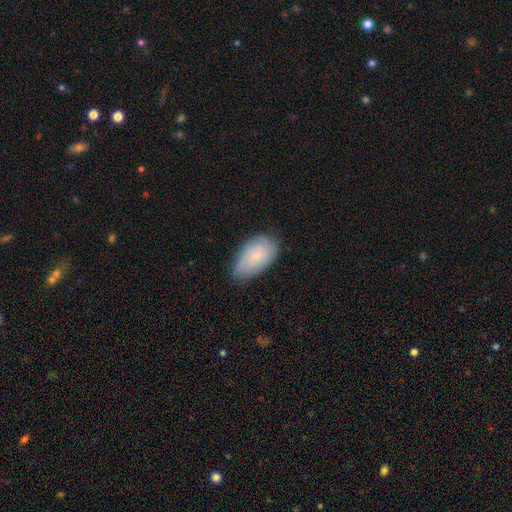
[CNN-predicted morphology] Smooth or featured: smooth — 60% (featured or disk — 33%)
How rounded: in between — 93% (round — 5%)
Merging: none — 67% (minor disturbance — 27%)